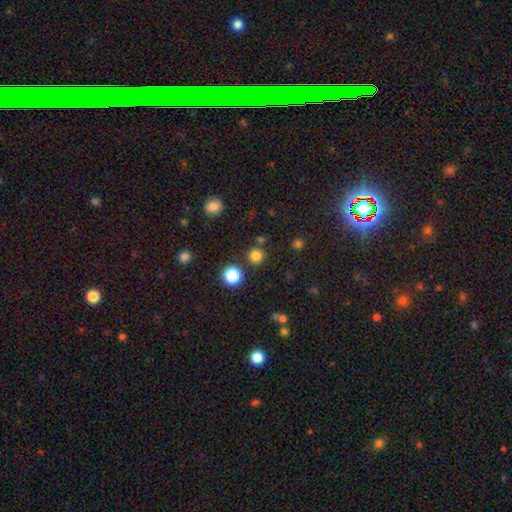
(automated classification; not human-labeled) Q: Smooth or featured?
A: smooth (79%); runner-up: star or artifact (17%)
Q: How rounded?
A: round (94%); runner-up: in between (5%)
Q: Merging?
A: none (86%); runner-up: minor disturbance (6%)